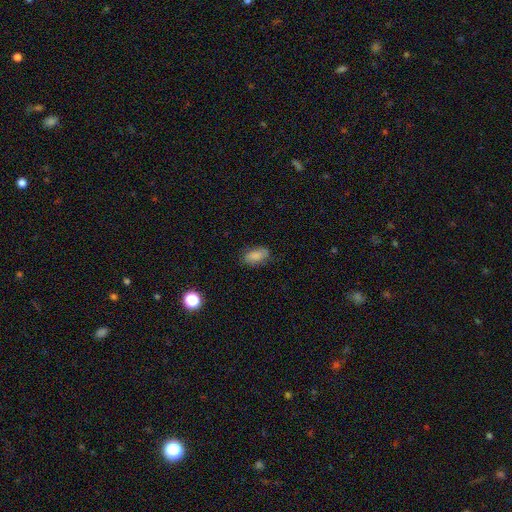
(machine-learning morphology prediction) Smooth or featured: smooth — 82% (featured or disk — 10%)
How rounded: in between — 91% (round — 5%)
Merging: none — 78% (minor disturbance — 17%)